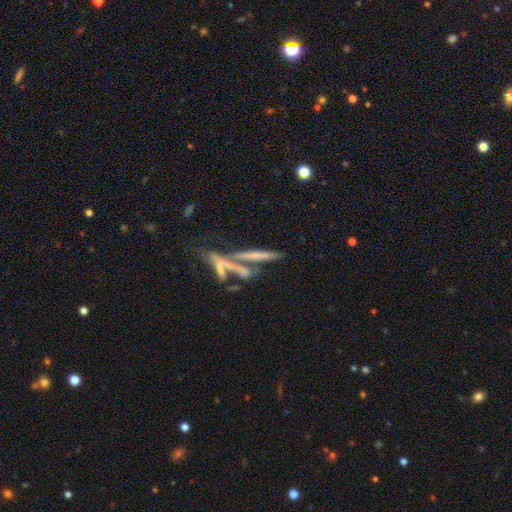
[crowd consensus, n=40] Overall: smooth (52%; featured or disk 40%). How rounded: cigar-shaped (95%). Merging: none (43%, tied with merger).